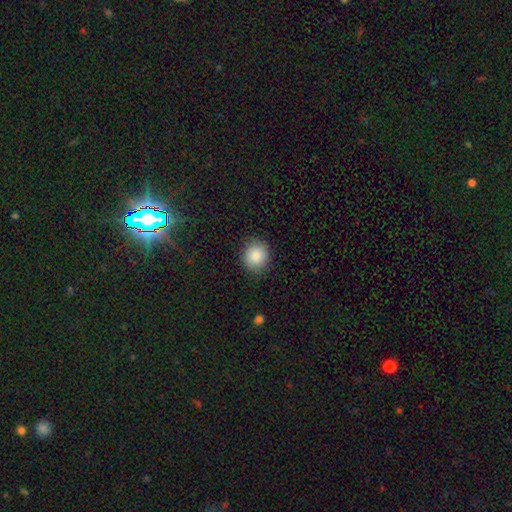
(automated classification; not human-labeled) This is clearly a smooth galaxy (88%). How rounded: likely round (79%). Merging: clearly none (87%).